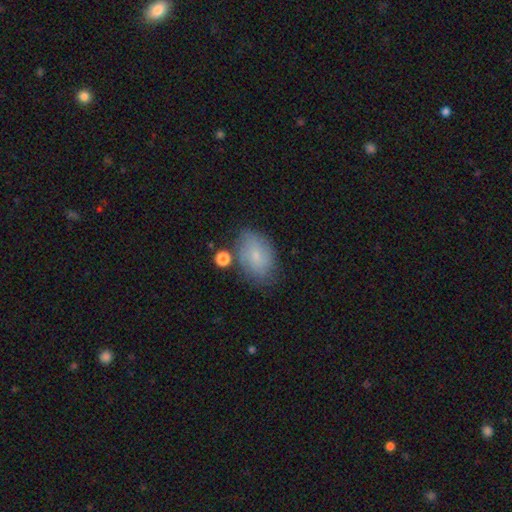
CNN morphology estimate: smooth-or-featured: smooth: 65% | featured or disk: 25% | star or artifact: 10%
  how-rounded: in between: 84% | round: 14% | cigar-shaped: 2%
  merging: none: 68% | minor disturbance: 20% | merger: 7% | major disturbance: 6%